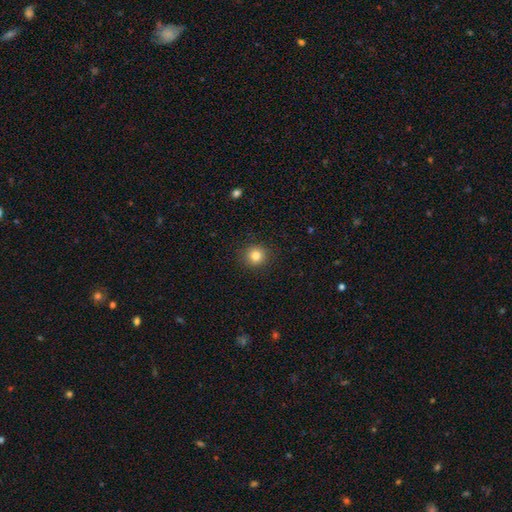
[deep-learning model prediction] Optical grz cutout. It shows a smooth galaxy with no disk features (82%) that is round (92%). Merging: none (91%).